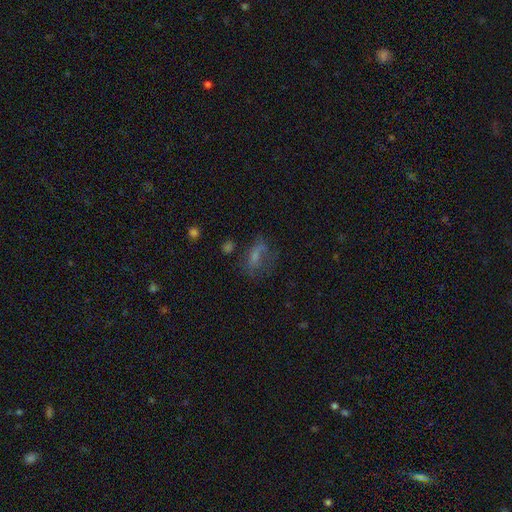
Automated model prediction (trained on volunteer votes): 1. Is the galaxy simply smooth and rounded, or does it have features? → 49% smooth, 32% featured or disk, 19% star or artifact.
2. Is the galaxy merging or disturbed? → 42% none, 32% major disturbance, 22% minor disturbance, 5% merger.